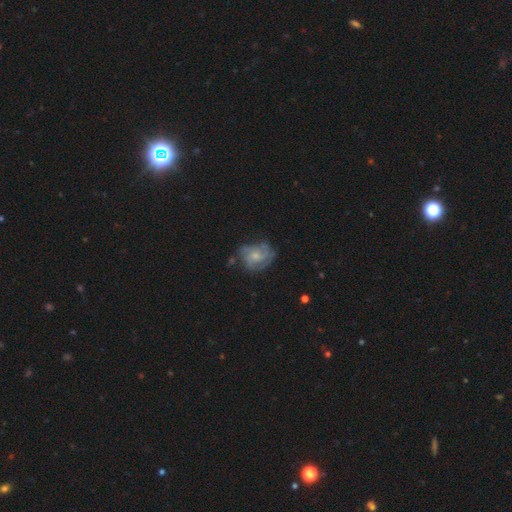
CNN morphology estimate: Smooth or featured? featured or disk (67%)
Edge-on disk? no (98%)
Bar? no (73%)
Spiral arms? yes (82%)
Spiral winding? tight (44%)
Spiral arm count? can't tell (33%)
Bulge size? small (50%)
Merging? none (56%)